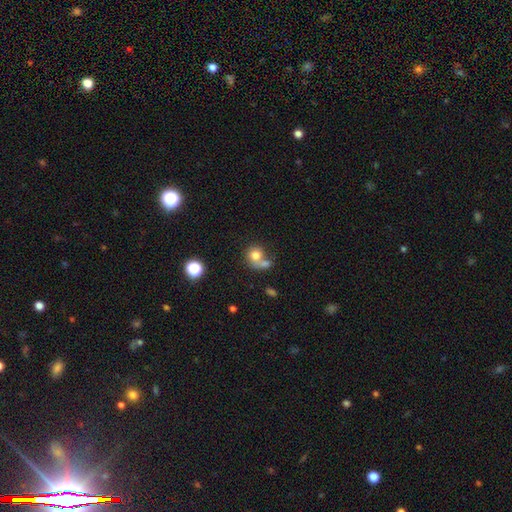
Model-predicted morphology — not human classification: A smooth galaxy with no disk features (75%) that is round (77%).

Vote fractions:
- Smooth or featured? smooth: 75% / featured or disk: 14% / star or artifact: 10%
- How rounded? round: 77% / in between: 22% / cigar-shaped: 1%
- Merging? merger: 50% / none: 33% / minor disturbance: 10% / major disturbance: 8%